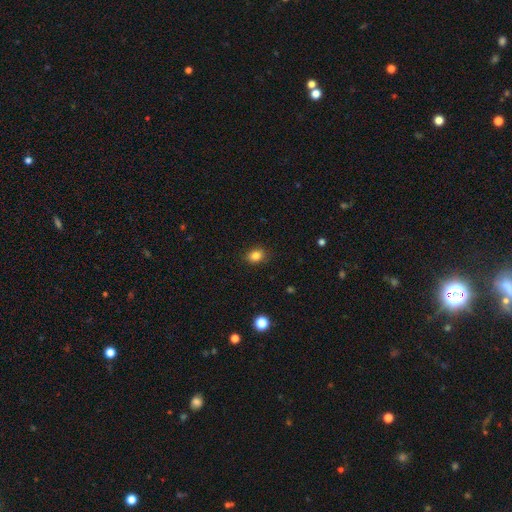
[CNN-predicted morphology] A smooth galaxy with no disk features (84%) that is in between round and cigar-shaped (53%). Merging: none (86%).